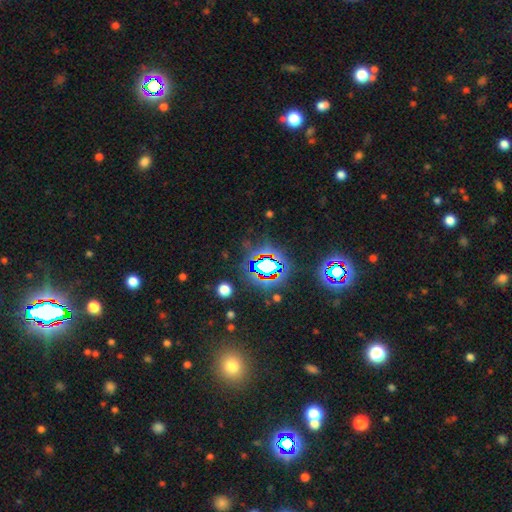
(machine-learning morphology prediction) A star or artifact, not a galaxy (79%).

Vote fractions:
- Smooth or featured? star or artifact: 79% / smooth: 12% / featured or disk: 9%